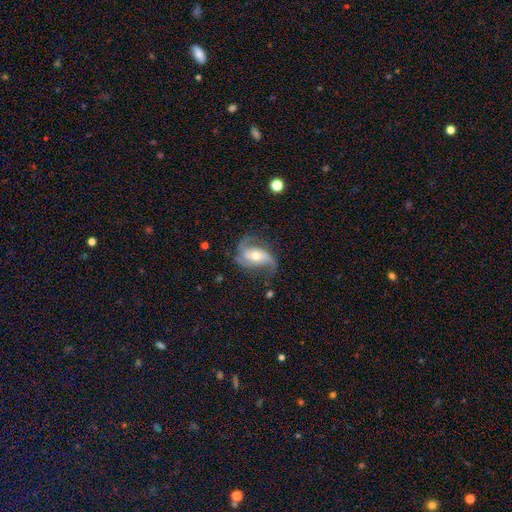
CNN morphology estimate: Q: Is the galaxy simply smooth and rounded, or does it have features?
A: featured or disk — 84%.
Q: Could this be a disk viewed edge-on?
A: no — 96%.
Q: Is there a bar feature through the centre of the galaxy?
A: no — 43%.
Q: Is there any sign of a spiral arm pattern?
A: yes — 95%.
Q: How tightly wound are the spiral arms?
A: loose — 46%.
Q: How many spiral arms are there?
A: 2 — 64%.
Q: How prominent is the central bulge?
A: moderate — 60%.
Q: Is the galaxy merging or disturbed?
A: none — 57%.